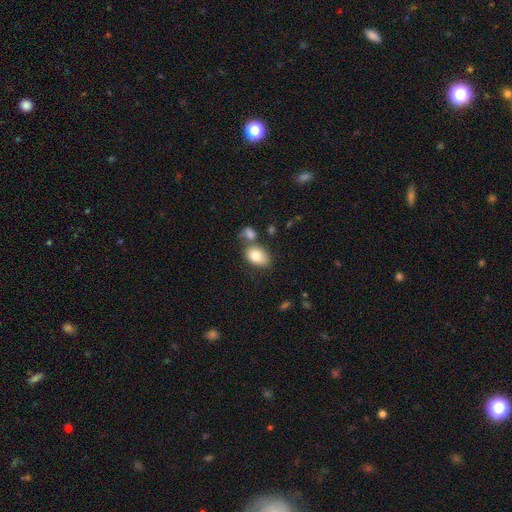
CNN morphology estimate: Smooth or featured: smooth — 82% (featured or disk — 11%)
How rounded: in between — 85% (round — 14%)
Merging: none — 50% (merger — 29%)